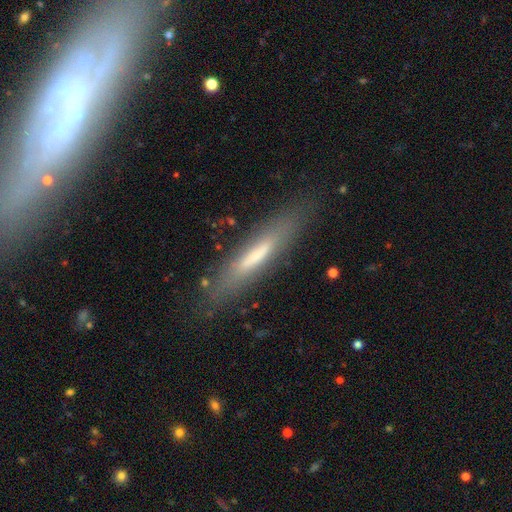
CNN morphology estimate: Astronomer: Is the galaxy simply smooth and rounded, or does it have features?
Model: smooth — 55% (runner-up: featured or disk, 37%).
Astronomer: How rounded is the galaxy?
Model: cigar-shaped — 87%.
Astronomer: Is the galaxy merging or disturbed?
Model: none — 81%.